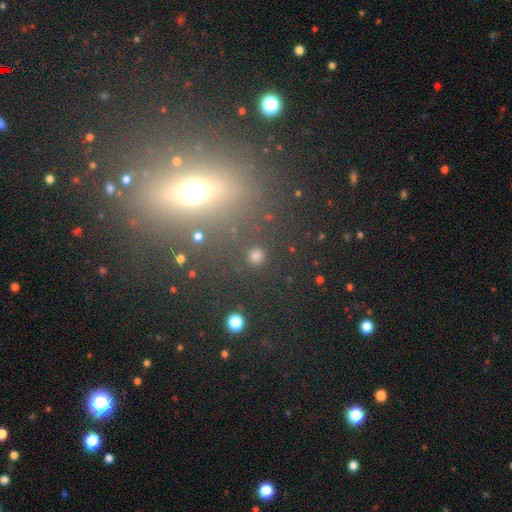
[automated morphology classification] A smooth galaxy with no disk features (40%). Merging: none (81%).